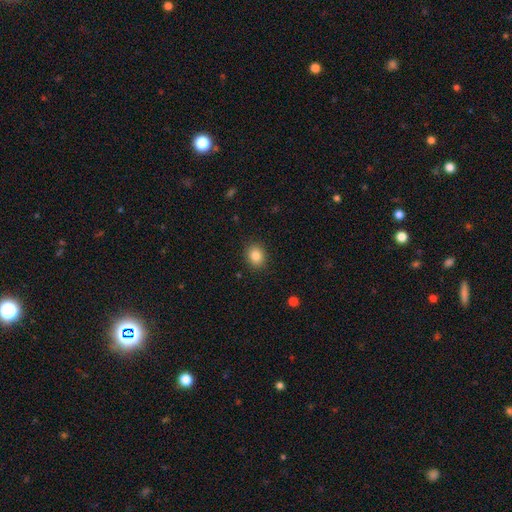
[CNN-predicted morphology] type=smooth (85%); roundness=round (58%); merging=none (88%).